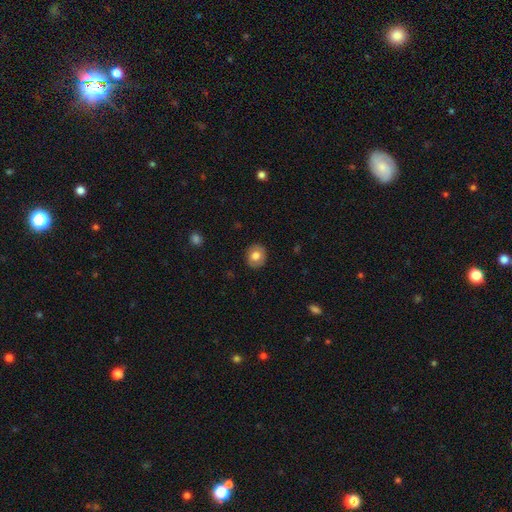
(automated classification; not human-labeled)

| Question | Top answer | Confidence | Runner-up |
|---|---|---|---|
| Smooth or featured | smooth | 75% | featured or disk (17%) |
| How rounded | round | 80% | in between (19%) |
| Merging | none | 89% | minor disturbance (8%) |